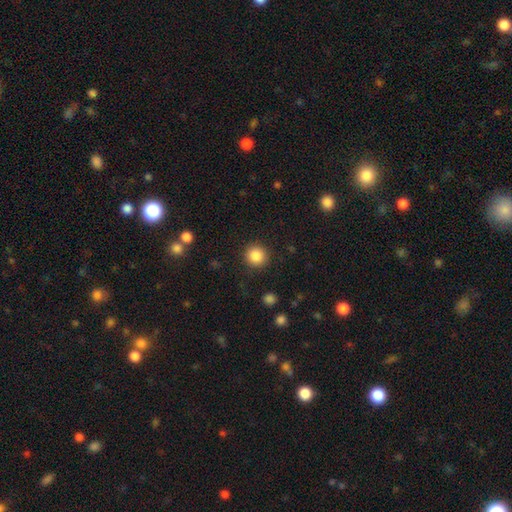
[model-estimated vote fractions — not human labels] Smooth or featured? smooth (86%)
How rounded? round (94%)
Merging? none (90%)